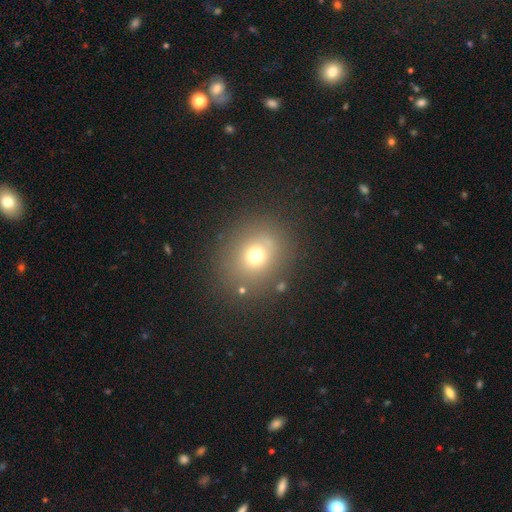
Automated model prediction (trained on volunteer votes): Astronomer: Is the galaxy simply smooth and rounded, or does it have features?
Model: smooth — 68%.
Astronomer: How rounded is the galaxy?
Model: round — 75%.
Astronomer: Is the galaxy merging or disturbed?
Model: none — 81%.